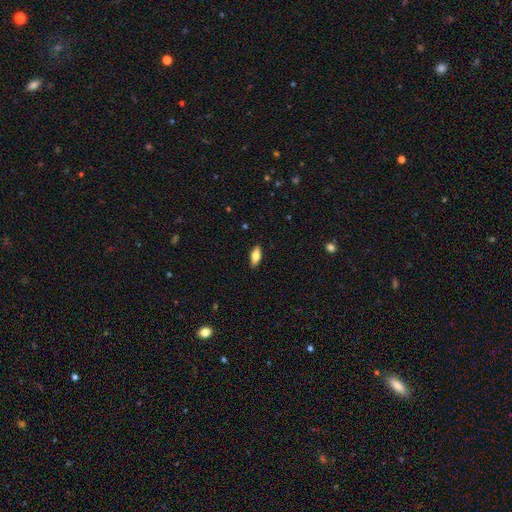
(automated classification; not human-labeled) This is likely a smooth galaxy (74%). How rounded: clearly in between (81%). Merging: clearly none (88%).